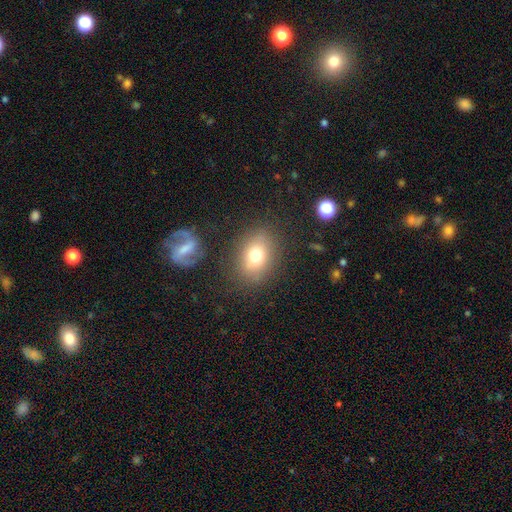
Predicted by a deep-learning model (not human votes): Smooth or featured? Predicted: smooth (p=0.72). How rounded? Predicted: in between (p=0.63). Merging? Predicted: none (p=0.80).